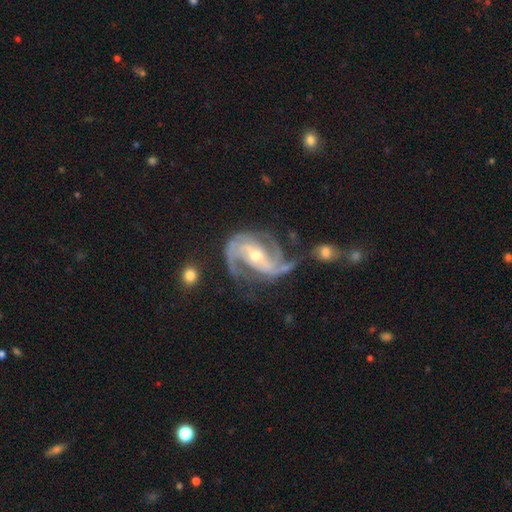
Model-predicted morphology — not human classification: Smooth or featured: featured or disk — 92% (star or artifact — 5%)
Edge-on disk: no — 98% (yes — 2%)
Bar: strong — 43% (weak — 37%)
Spiral arms: yes — 98% (no — 2%)
Spiral winding: medium — 52% (tight — 29%)
Spiral arm count: 2 — 54% (3 — 27%)
Bulge size: moderate — 59% (small — 36%)
Merging: none — 54% (minor disturbance — 22%)